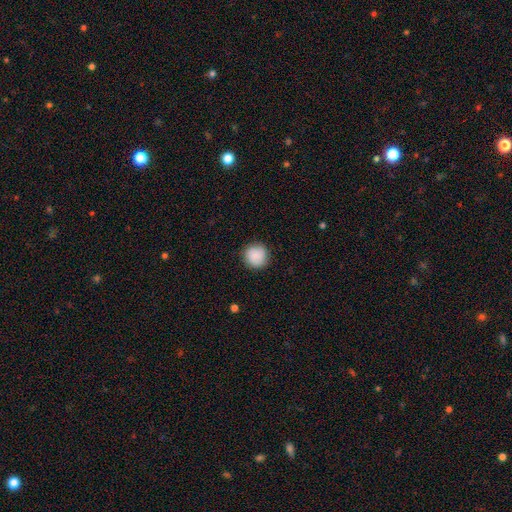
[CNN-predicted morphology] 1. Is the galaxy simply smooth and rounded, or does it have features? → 88% smooth, 7% star or artifact, 5% featured or disk.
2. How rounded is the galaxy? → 93% round, 6% in between, 1% cigar-shaped.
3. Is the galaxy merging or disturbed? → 89% none, 8% minor disturbance, 2% major disturbance, 1% merger.